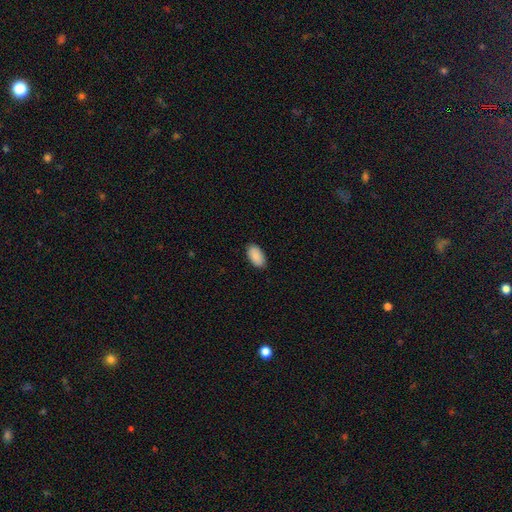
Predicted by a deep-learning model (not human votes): smooth_or_featured: smooth (p=0.90) [alt: star or artifact p=0.06]
how_rounded: in between (p=0.95) [alt: round p=0.03]
merging: none (p=0.88) [alt: minor disturbance p=0.09]